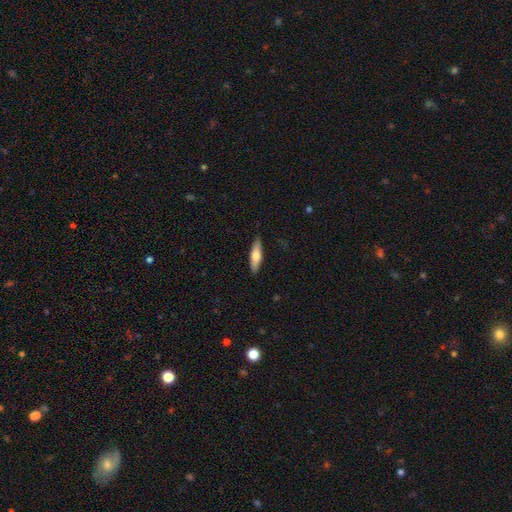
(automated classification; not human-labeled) smooth 63%, featured or disk 31%, star or artifact 6%. Down the decision tree: how rounded — cigar-shaped (65%); merging — none (88%).